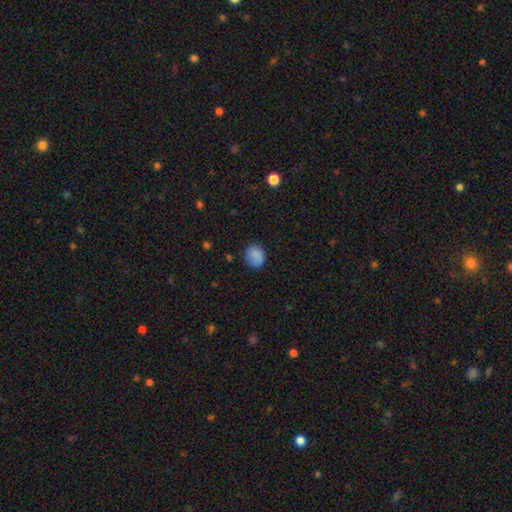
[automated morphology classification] Smooth or featured? smooth (85%)
How rounded? round (65%)
Merging? none (74%)